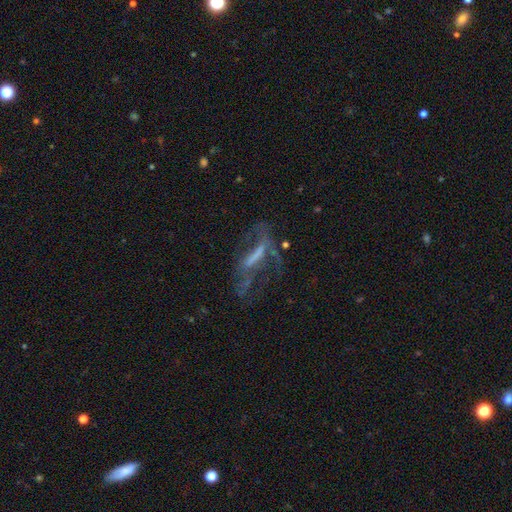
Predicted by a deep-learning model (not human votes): Smooth or featured? featured or disk (63%)
Edge-on disk? no (78%)
Merging? major disturbance (42%)